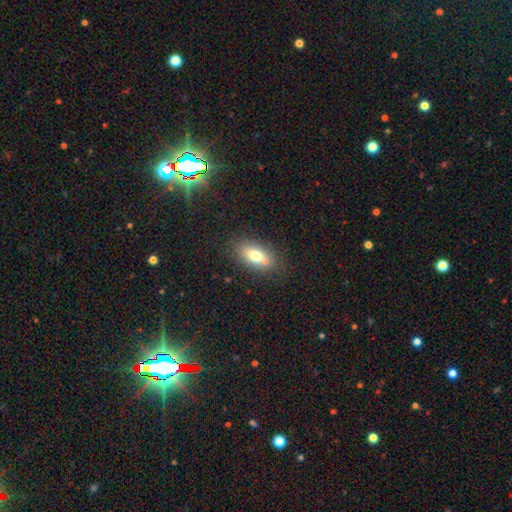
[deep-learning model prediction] This appears to be a smooth galaxy with no disk features (72%) that is in between round and cigar-shaped (85%). Merging: none (75%).